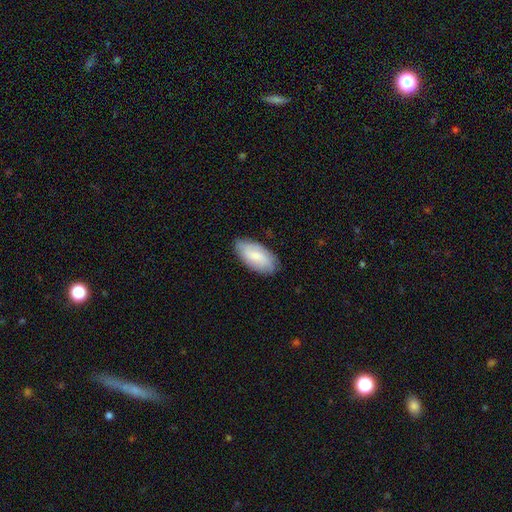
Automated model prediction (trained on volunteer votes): Morphology: type=smooth (73%); roundness=in between (92%); merging=none (80%).